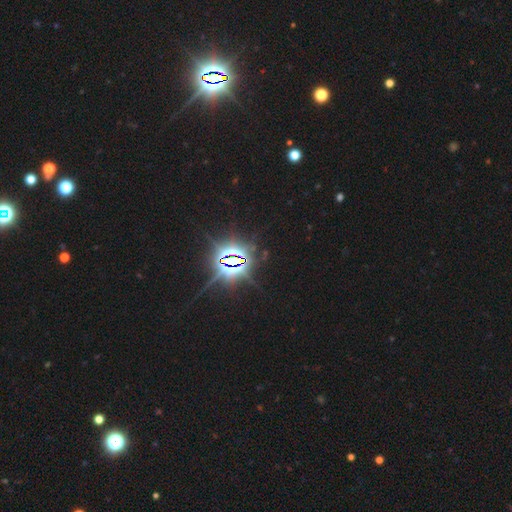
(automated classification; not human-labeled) Smooth or featured? Predicted: star or artifact (p=0.87).